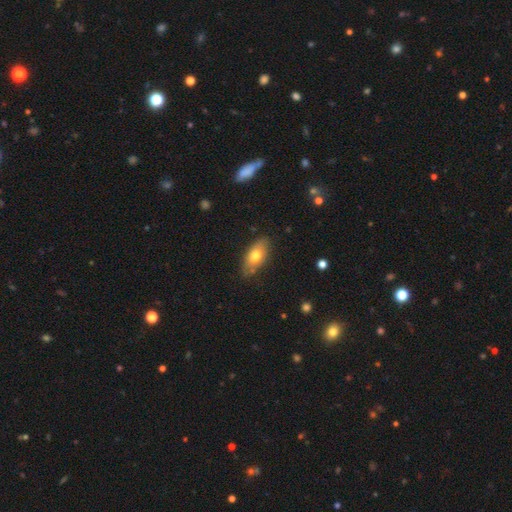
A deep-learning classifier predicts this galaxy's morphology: smooth_or_featured: smooth (p=0.69) [alt: featured or disk p=0.24]
how_rounded: in between (p=0.86) [alt: cigar-shaped p=0.10]
merging: none (p=0.79) [alt: minor disturbance p=0.17]